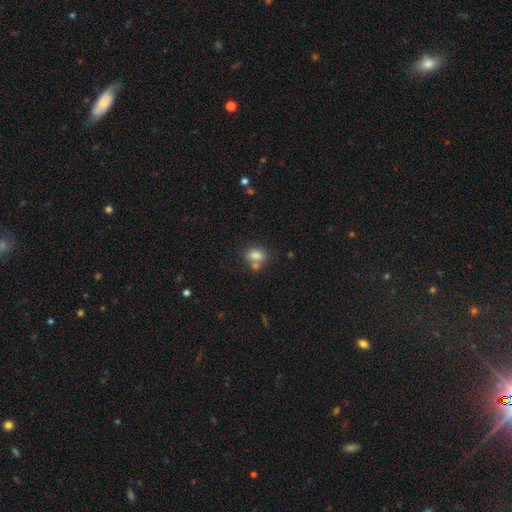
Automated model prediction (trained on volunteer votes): Q: Smooth or featured?
A: smooth (82%); runner-up: star or artifact (10%)
Q: How rounded?
A: in between (64%); runner-up: round (35%)
Q: Merging?
A: none (56%); runner-up: merger (26%)